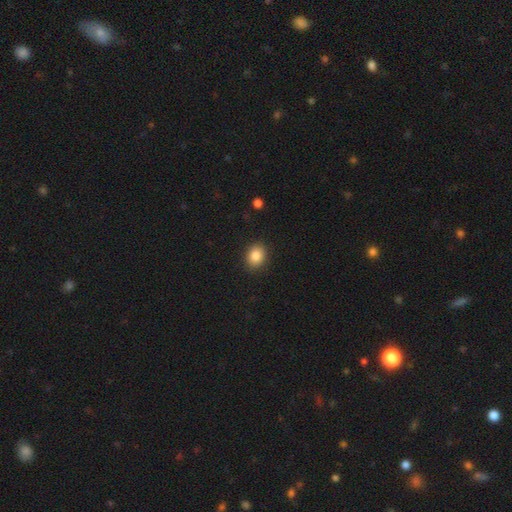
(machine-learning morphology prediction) smooth_or_featured: smooth (p=0.85) [alt: star or artifact p=0.09]
how_rounded: round (p=0.53) [alt: in between p=0.46]
merging: none (p=0.90) [alt: minor disturbance p=0.07]